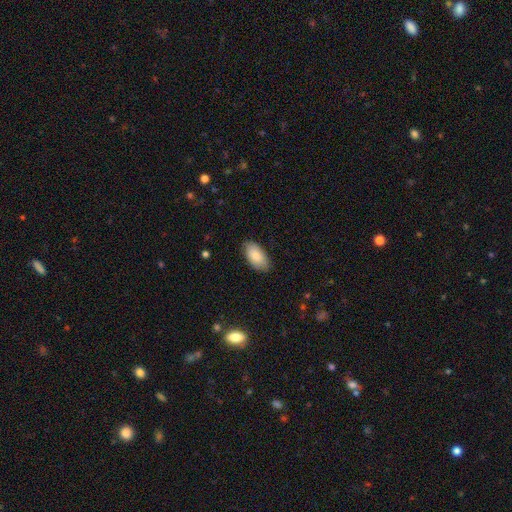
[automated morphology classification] Smooth or featured? smooth (84%)
How rounded? in between (95%)
Merging? none (84%)